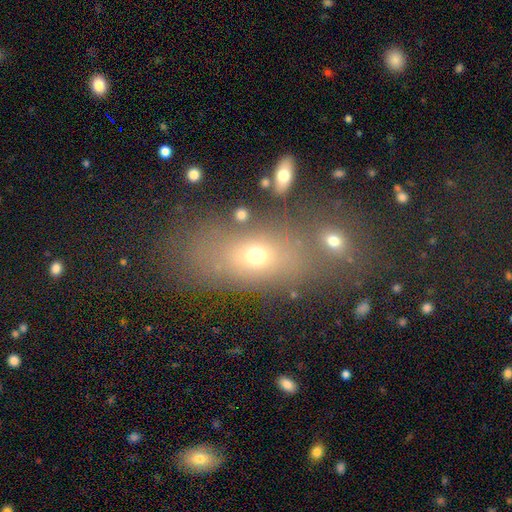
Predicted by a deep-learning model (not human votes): This appears to be a smooth galaxy with no disk features (61%) that is in between round and cigar-shaped (72%). Merging: none (61%).